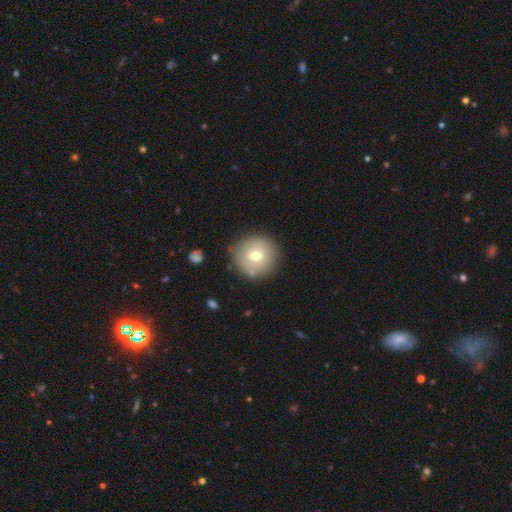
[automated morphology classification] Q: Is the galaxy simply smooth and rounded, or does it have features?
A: smooth — 64%.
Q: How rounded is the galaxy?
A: round — 92%.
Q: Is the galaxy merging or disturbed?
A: none — 82%.